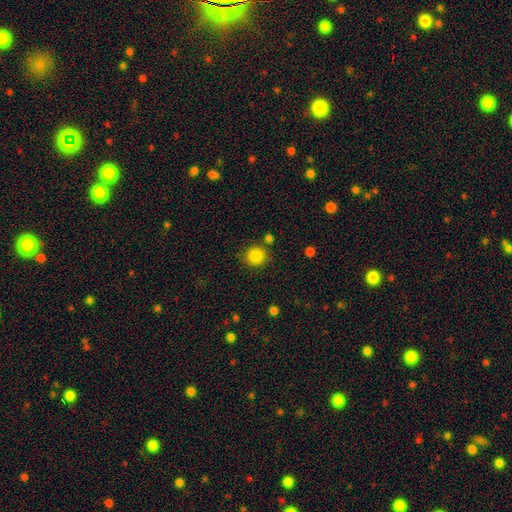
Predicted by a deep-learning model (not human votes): smooth_or_featured: smooth (p=0.86) [alt: star or artifact p=0.10]
how_rounded: round (p=0.91) [alt: in between p=0.08]
merging: none (p=0.81) [alt: minor disturbance p=0.09]